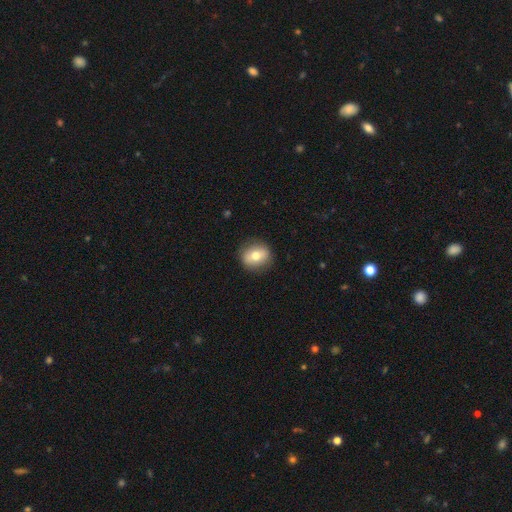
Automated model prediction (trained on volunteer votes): Smooth or featured? smooth (67%)
How rounded? round (77%)
Merging? none (87%)